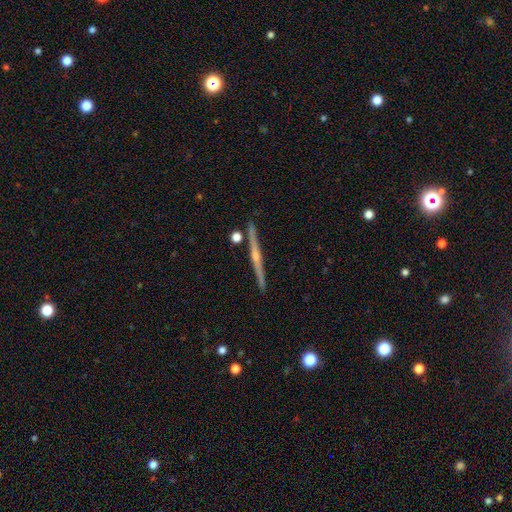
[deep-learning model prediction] Smooth or featured? featured or disk (79%)
Edge-on disk? yes (98%)
Edge-on bulge? rounded (78%)
Merging? none (90%)